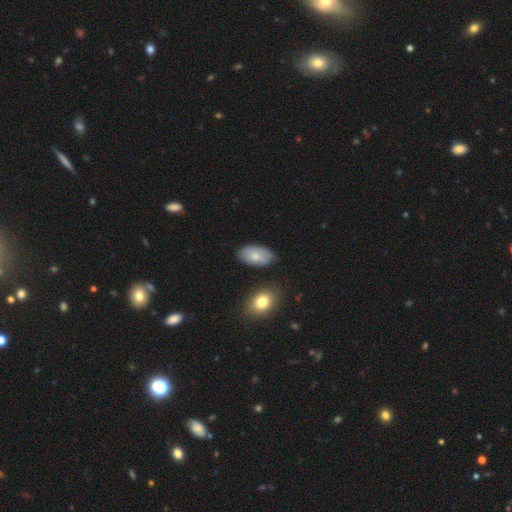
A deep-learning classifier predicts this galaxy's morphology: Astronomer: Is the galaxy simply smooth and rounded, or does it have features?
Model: smooth — 74%.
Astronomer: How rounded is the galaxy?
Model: in between — 94%.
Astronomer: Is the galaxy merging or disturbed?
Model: none — 75%.